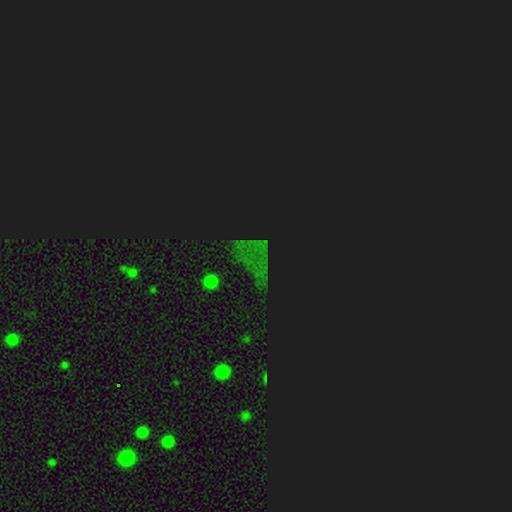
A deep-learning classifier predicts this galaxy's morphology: Overall: star or artifact (76%).